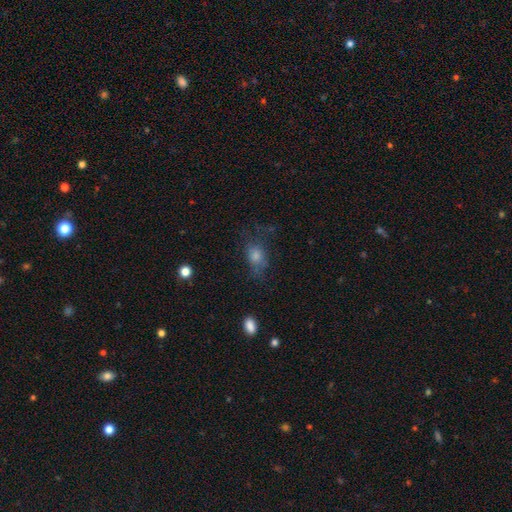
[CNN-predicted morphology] Smooth or featured: smooth — 62% (featured or disk — 20%)
How rounded: in between — 55% (round — 43%)
Merging: none — 54% (minor disturbance — 23%)